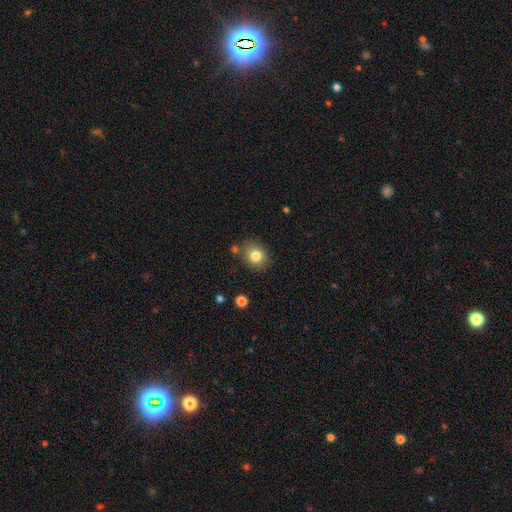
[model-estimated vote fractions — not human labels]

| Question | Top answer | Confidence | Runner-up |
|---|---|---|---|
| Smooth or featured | smooth | 80% | star or artifact (11%) |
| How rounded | round | 65% | in between (34%) |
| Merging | none | 80% | minor disturbance (12%) |